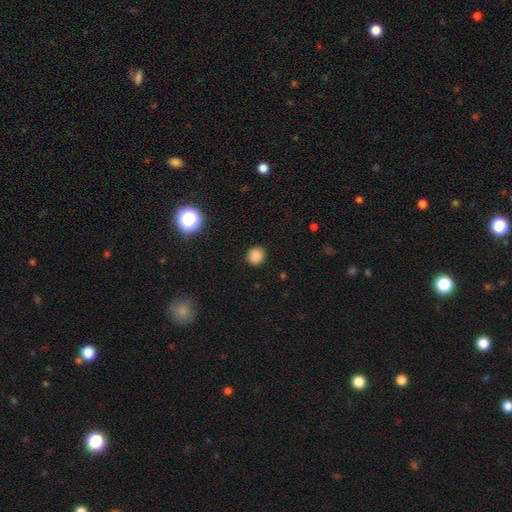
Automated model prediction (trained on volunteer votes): Smooth or featured?
  - smooth: 85% *
  - star or artifact: 12%
  - featured or disk: 3%
How rounded?
  - round: 90% *
  - in between: 9%
  - cigar-shaped: 1%
Merging?
  - none: 91% *
  - minor disturbance: 6%
  - major disturbance: 2%
  - merger: 1%